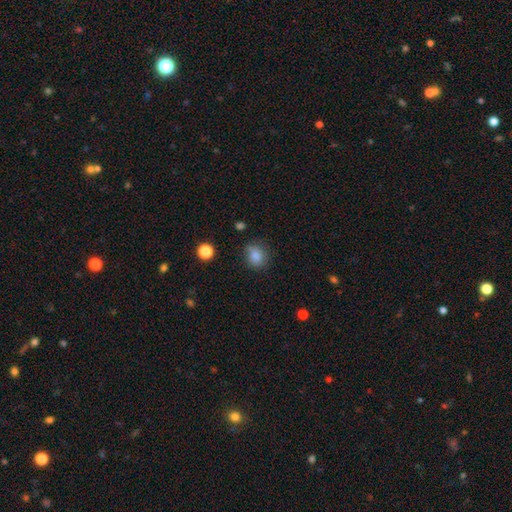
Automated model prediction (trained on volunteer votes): Morphology: type=smooth (83%); roundness=round (63%); merging=none (74%).